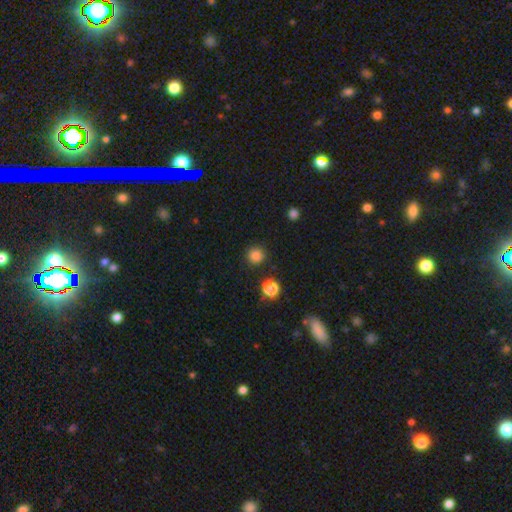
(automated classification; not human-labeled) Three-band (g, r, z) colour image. It shows a smooth galaxy with no disk features (83%) that is round (94%). Merging: none (89%).